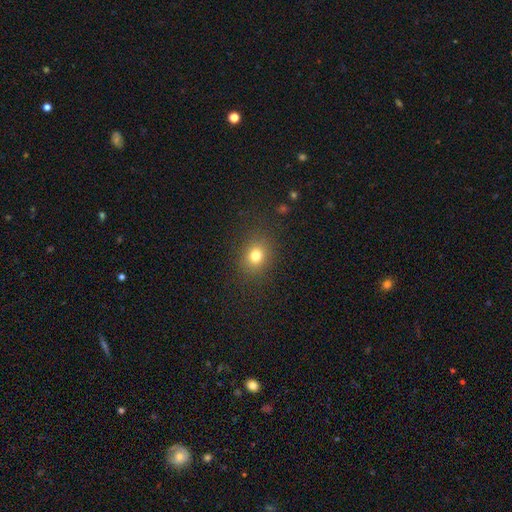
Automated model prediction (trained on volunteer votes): Smooth or featured: smooth — 78% (star or artifact — 14%)
How rounded: round — 60% (in between — 39%)
Merging: none — 85% (minor disturbance — 10%)